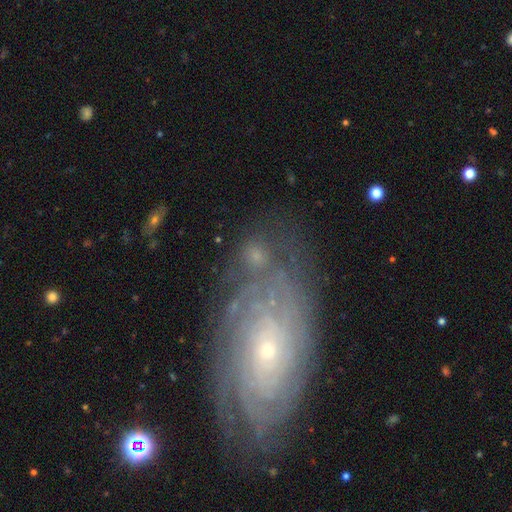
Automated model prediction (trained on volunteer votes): The model was most divided on "smooth or featured": featured or disk: 44%, smooth: 34%, star or artifact: 22%. More confident: merging — none (57%).